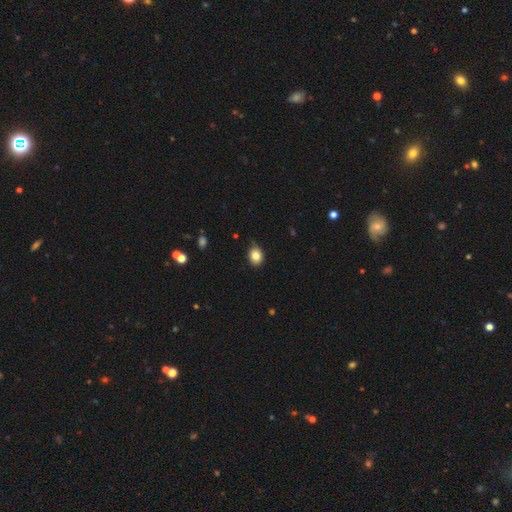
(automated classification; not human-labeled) Smooth or featured? Predicted: smooth (p=0.83). How rounded? Predicted: round (p=0.52). Merging? Predicted: none (p=0.70).